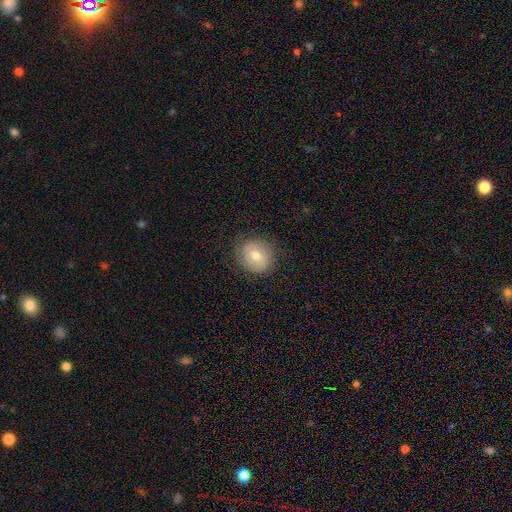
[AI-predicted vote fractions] Smooth or featured?
  - smooth: 67% *
  - featured or disk: 24%
  - star or artifact: 9%
How rounded?
  - round: 81% *
  - in between: 18%
  - cigar-shaped: 1%
Merging?
  - none: 82% *
  - minor disturbance: 13%
  - major disturbance: 4%
  - merger: 1%